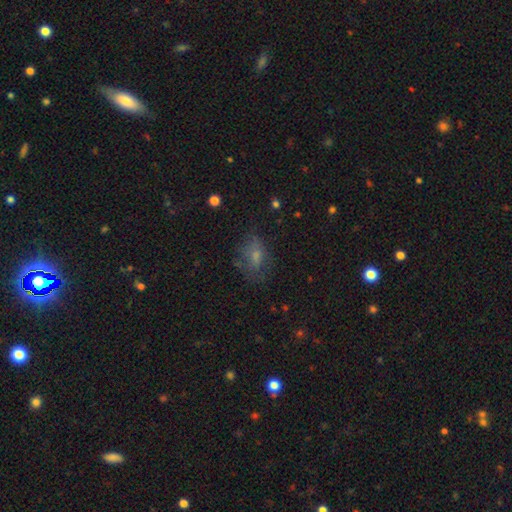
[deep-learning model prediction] This appears to be a smooth galaxy with no disk features (62%) that is in between round and cigar-shaped (76%). Merging: none (53%).